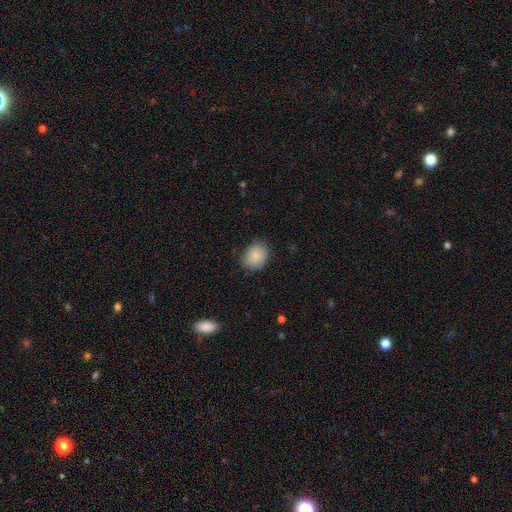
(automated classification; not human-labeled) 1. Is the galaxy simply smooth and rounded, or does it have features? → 87% smooth, 8% star or artifact, 6% featured or disk.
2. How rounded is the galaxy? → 54% in between, 45% round, 1% cigar-shaped.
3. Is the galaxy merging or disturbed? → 80% none, 16% minor disturbance, 3% major disturbance, 1% merger.